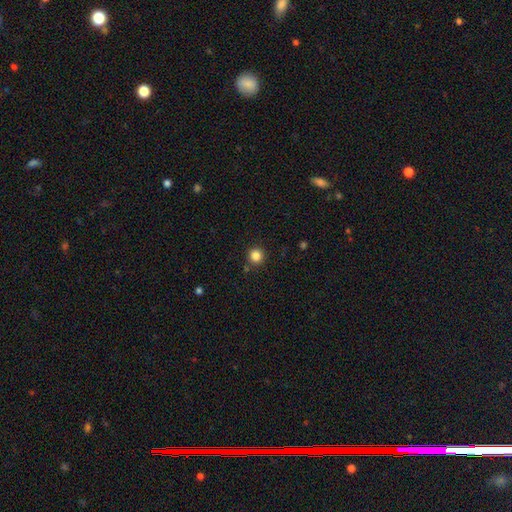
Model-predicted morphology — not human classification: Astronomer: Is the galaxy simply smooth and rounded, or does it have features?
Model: smooth — 85%.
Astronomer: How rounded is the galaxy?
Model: round — 94%.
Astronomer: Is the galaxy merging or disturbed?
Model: none — 88%.